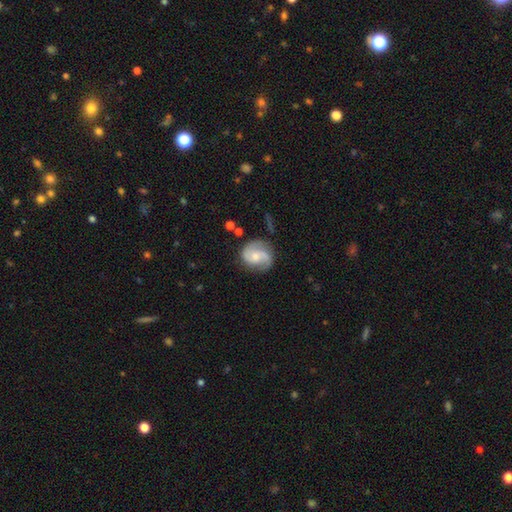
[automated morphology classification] featured or disk 76%, smooth 18%, star or artifact 6%. Down the decision tree: edge-on disk — no (98%); bar — no (57%); spiral arms — yes (95%); spiral arm count — 2 (87%); spiral winding — medium (50%); bulge size — small (48%); merging — none (73%).